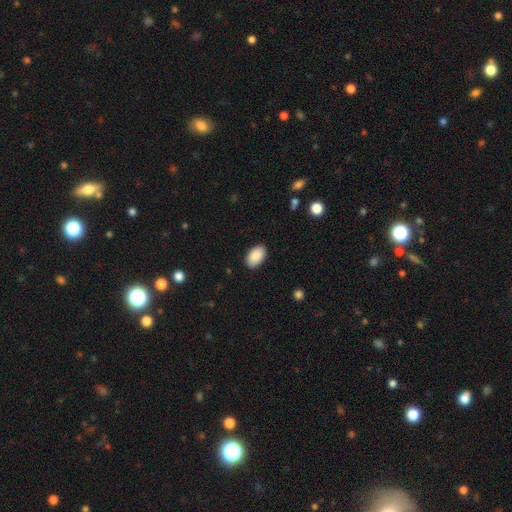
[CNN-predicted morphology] type=smooth (91%); roundness=in between (93%); merging=none (89%).